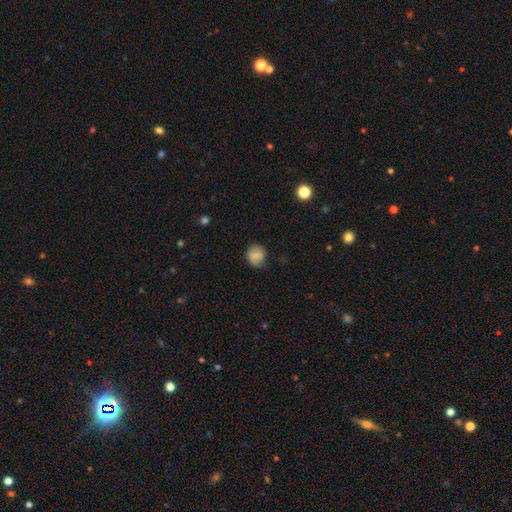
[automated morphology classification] smooth_or_featured: smooth (p=0.78) [alt: featured or disk p=0.13]
how_rounded: round (p=0.75) [alt: in between p=0.24]
merging: none (p=0.74) [alt: minor disturbance p=0.19]